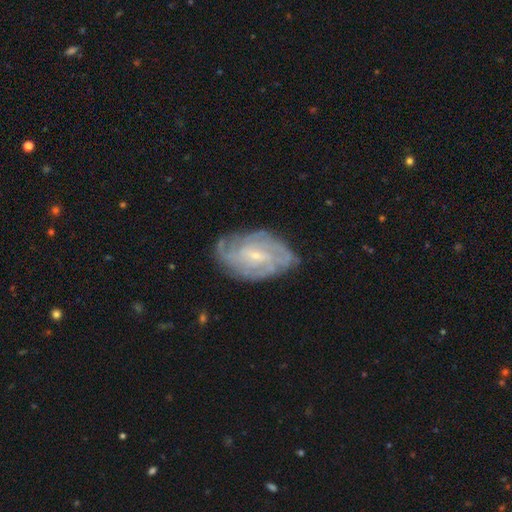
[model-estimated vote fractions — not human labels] Smooth or featured? featured or disk (83%)
Edge-on disk? no (97%)
Bar? no (48%)
Spiral arms? yes (94%)
Spiral winding? tight (64%)
Spiral arm count? can't tell (38%)
Bulge size? small (78%)
Merging? none (74%)